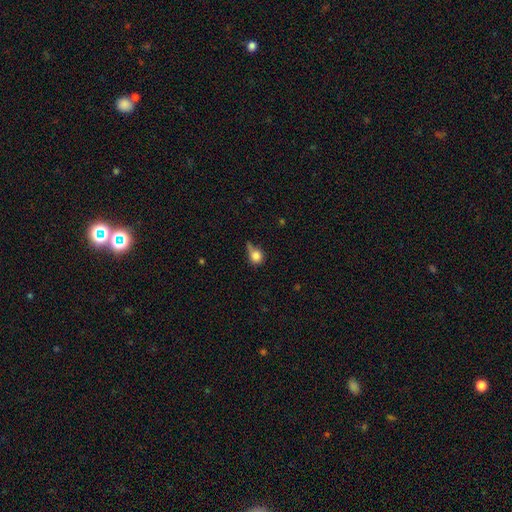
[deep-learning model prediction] Smooth or featured: smooth — 79% (star or artifact — 10%)
How rounded: round — 75% (in between — 23%)
Merging: none — 39% (minor disturbance — 33%)